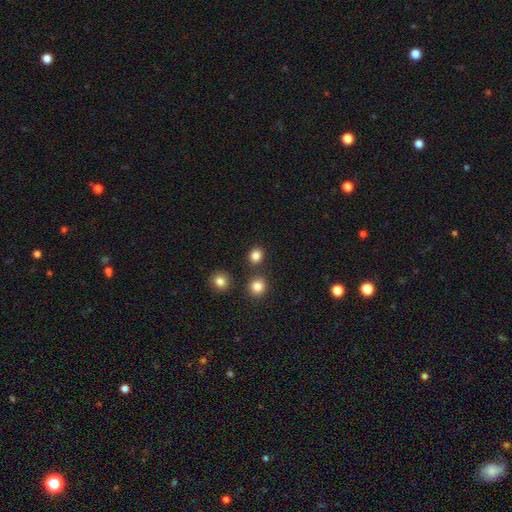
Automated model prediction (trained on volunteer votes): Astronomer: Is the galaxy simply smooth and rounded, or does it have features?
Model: smooth — 84%.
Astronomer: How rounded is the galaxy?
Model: round — 76%.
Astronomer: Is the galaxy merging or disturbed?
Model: none — 82%.